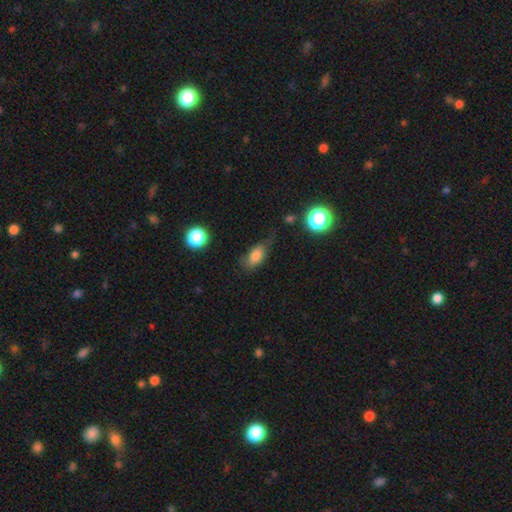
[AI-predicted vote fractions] Overall: smooth (77%). How rounded: in between (83%). Merging: none (52%; minor disturbance 32%).